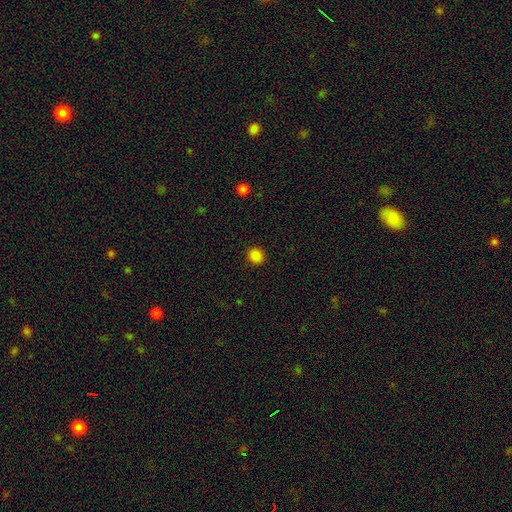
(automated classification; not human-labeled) Morphology: type=smooth (85%); roundness=round (85%); merging=none (91%).